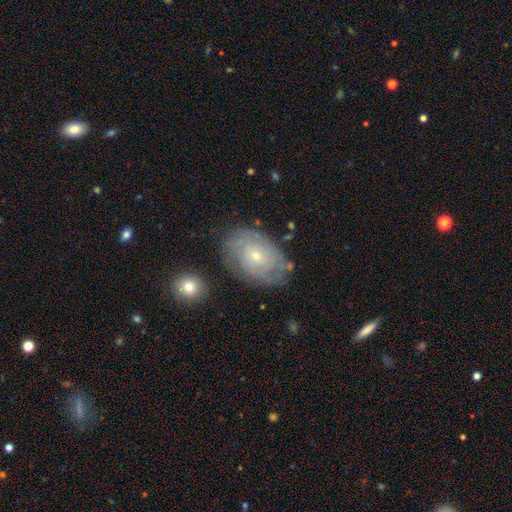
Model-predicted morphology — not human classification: A featured or disk galaxy (71%) with no bar (80%), tight (70%) spiral arms (86%) and a small central bulge (69%). Merging: none (76%).